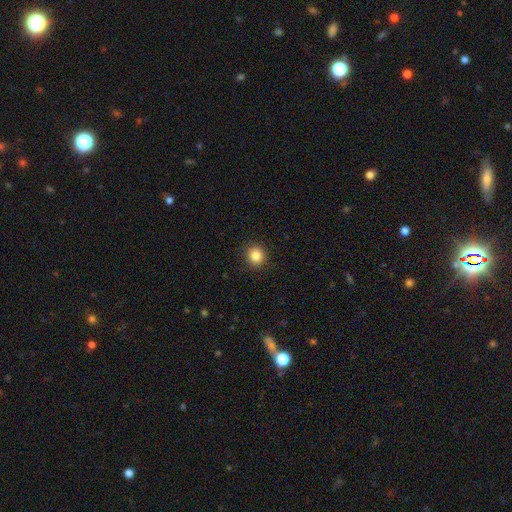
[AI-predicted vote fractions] Smooth or featured? Predicted: smooth (p=0.85). How rounded? Predicted: round (p=0.90). Merging? Predicted: none (p=0.91).